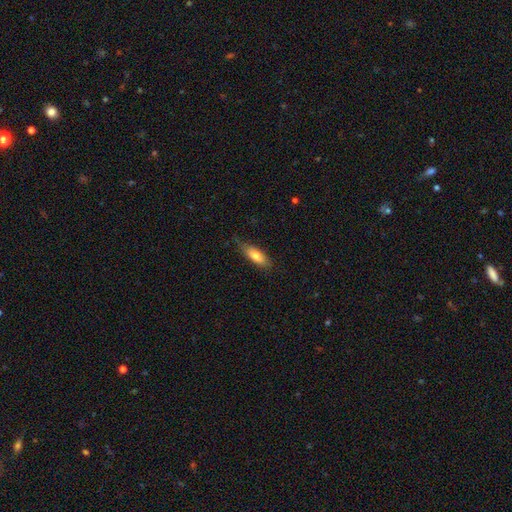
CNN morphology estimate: Overall: smooth (76%). How rounded: in between (61%; cigar-shaped 37%). Merging: none (64%; minor disturbance 28%).